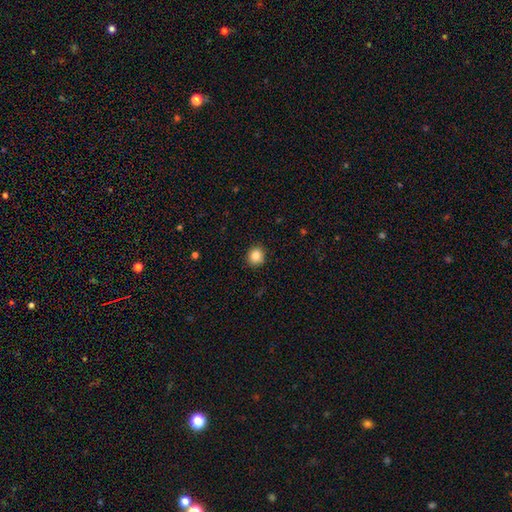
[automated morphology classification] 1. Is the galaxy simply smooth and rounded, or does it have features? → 85% smooth, 10% star or artifact, 5% featured or disk.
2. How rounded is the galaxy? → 85% round, 14% in between, 1% cigar-shaped.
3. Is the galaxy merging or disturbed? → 90% none, 7% minor disturbance, 2% major disturbance, 1% merger.